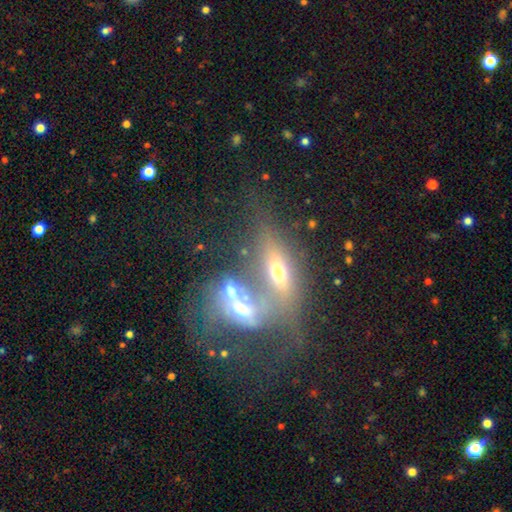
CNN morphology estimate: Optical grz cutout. It shows a featured or disk galaxy (60%). Merging: merger (75%).